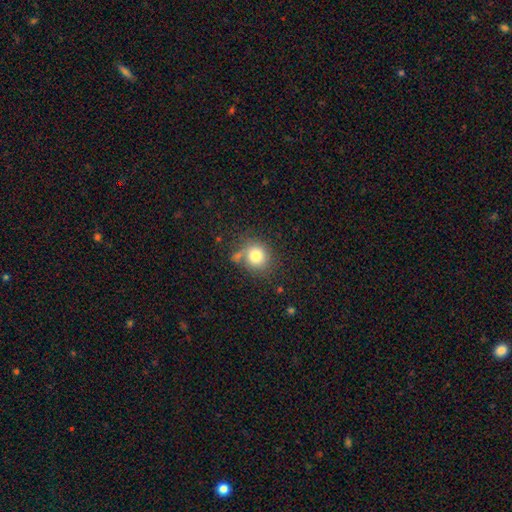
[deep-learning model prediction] This is clearly a smooth galaxy (80%). How rounded: likely round (80%). Merging: likely none (66%).